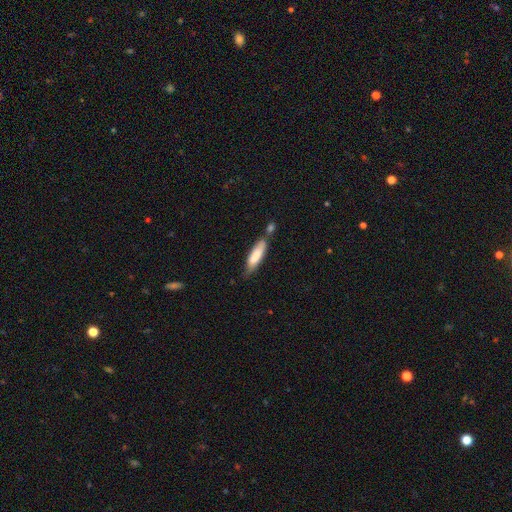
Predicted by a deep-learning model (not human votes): smooth-or-featured: smooth: 79% | featured or disk: 15% | star or artifact: 6%
  how-rounded: cigar-shaped: 62% | in between: 37% | round: 1%
  merging: none: 51% | minor disturbance: 25% | merger: 18% | major disturbance: 6%